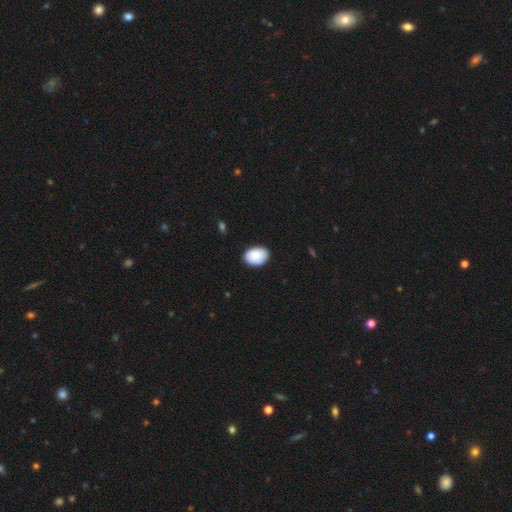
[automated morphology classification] type=smooth (88%); roundness=in between (82%); merging=none (85%).